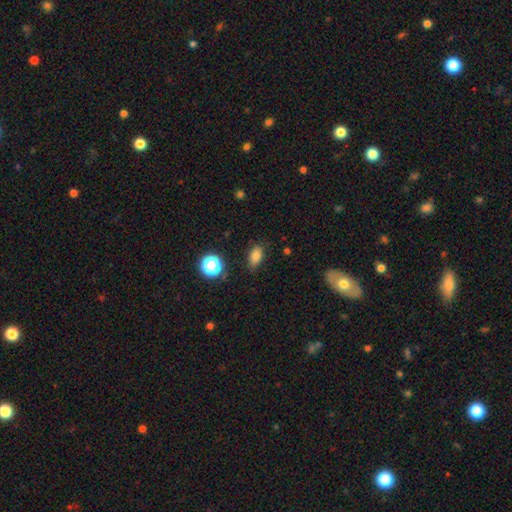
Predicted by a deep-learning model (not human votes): Morphology: type=smooth (81%); roundness=in between (84%); merging=none (82%).